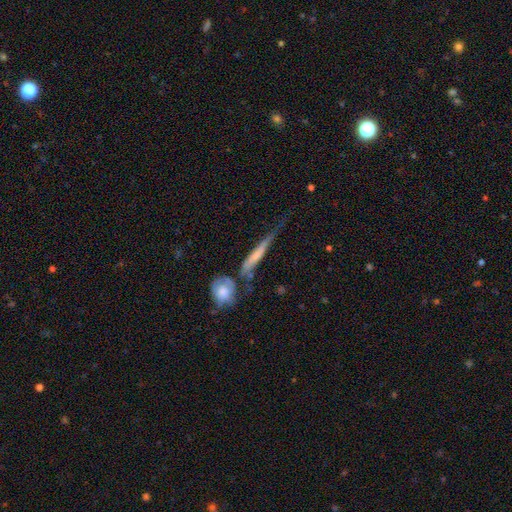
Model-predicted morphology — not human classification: A smooth galaxy with no disk features (46%). Merging: none (36%).